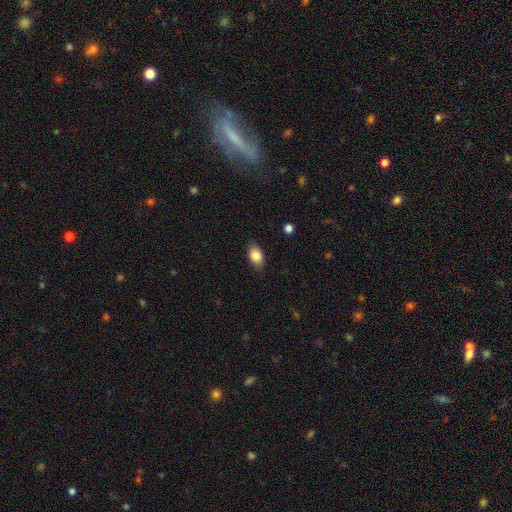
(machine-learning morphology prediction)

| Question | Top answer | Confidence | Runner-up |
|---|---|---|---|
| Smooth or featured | smooth | 85% | star or artifact (8%) |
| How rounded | in between | 86% | round (12%) |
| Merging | none | 84% | minor disturbance (12%) |